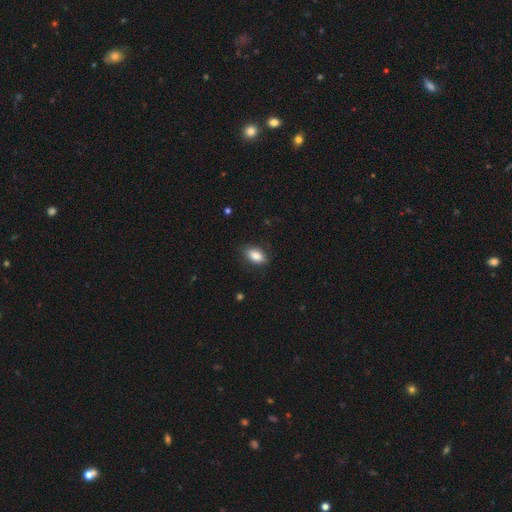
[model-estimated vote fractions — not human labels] The model was most divided on "merging": none: 82%, minor disturbance: 14%, major disturbance: 3%, merger: 1%. More confident: how rounded — in between (90%); smooth or featured — smooth (84%).